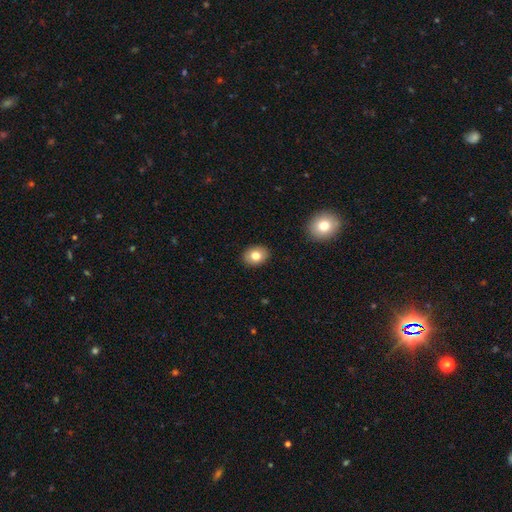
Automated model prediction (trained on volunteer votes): Overall: smooth (79%). How rounded: in between (60%; round 39%). Merging: none (90%).